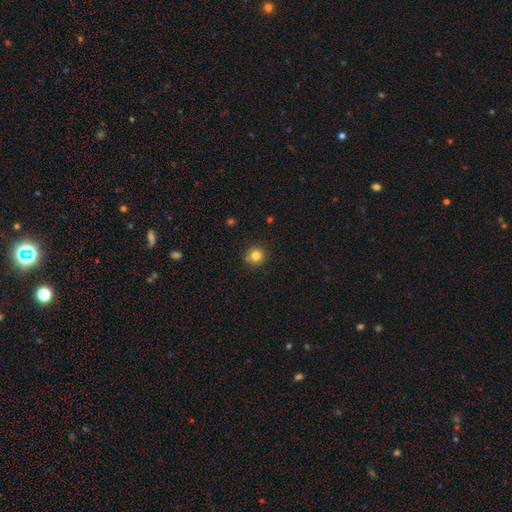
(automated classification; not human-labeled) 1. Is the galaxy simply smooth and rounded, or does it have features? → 82% smooth, 12% star or artifact, 6% featured or disk.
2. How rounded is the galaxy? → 94% round, 5% in between, 1% cigar-shaped.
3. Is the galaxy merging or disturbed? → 88% none, 7% minor disturbance, 3% merger, 2% major disturbance.